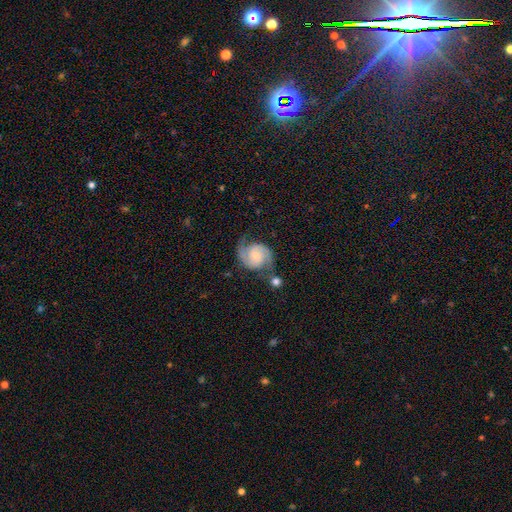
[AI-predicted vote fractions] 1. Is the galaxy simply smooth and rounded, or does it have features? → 85% featured or disk, 9% smooth, 6% star or artifact.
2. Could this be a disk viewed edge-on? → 98% no, 2% yes.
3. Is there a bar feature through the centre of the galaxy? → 67% no, 28% weak, 6% strong.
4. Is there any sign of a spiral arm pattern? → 97% yes, 3% no.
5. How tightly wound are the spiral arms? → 51% medium, 29% tight, 19% loose.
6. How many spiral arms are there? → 92% 2, 3% can't tell, 1% 1, 1% 3, 1% 4, 1% more than 4.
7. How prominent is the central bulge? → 56% small, 28% moderate, 10% none, 4% large, 2% dominant.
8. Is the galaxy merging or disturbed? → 65% none, 18% minor disturbance, 9% merger, 8% major disturbance.